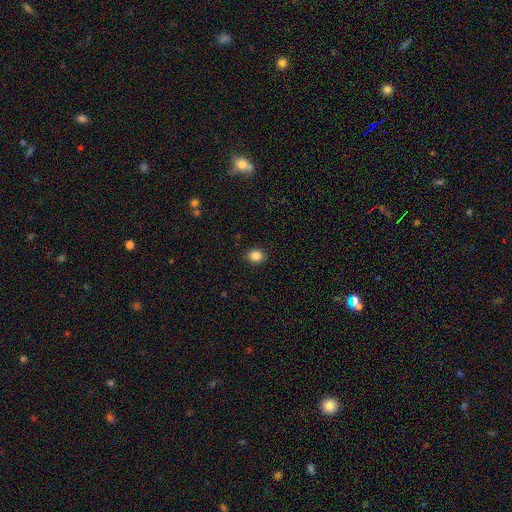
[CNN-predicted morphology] Smooth or featured?
  - smooth: 85% *
  - star or artifact: 10%
  - featured or disk: 4%
How rounded?
  - round: 71% *
  - in between: 28%
  - cigar-shaped: 1%
Merging?
  - none: 90% *
  - minor disturbance: 7%
  - major disturbance: 2%
  - merger: 1%